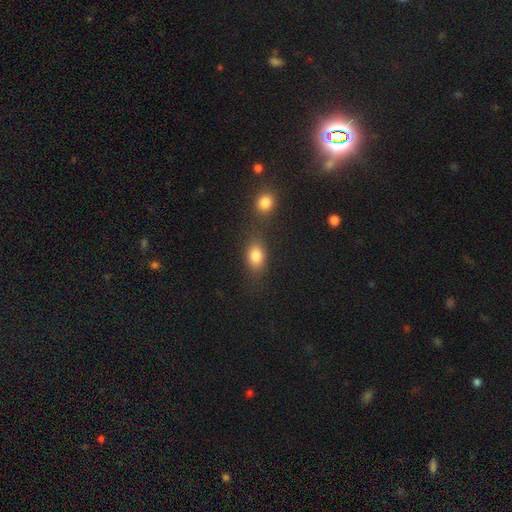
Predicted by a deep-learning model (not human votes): Q: Smooth or featured?
A: smooth (81%); runner-up: star or artifact (11%)
Q: How rounded?
A: in between (70%); runner-up: round (27%)
Q: Merging?
A: none (59%); runner-up: merger (24%)